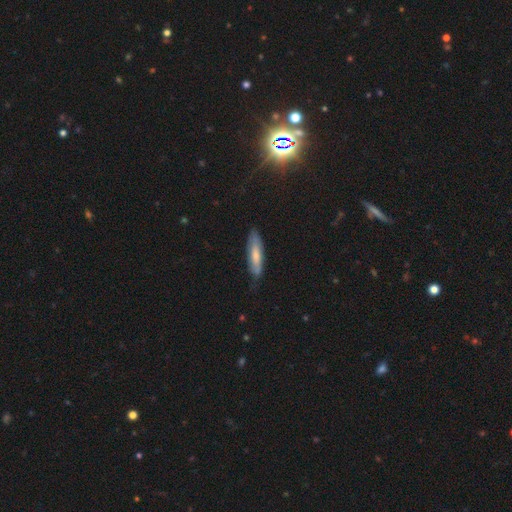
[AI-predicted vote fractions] smooth_or_featured: smooth (p=0.61) [alt: featured or disk p=0.33]
how_rounded: cigar-shaped (p=0.69) [alt: in between p=0.29]
merging: none (p=0.75) [alt: minor disturbance p=0.20]